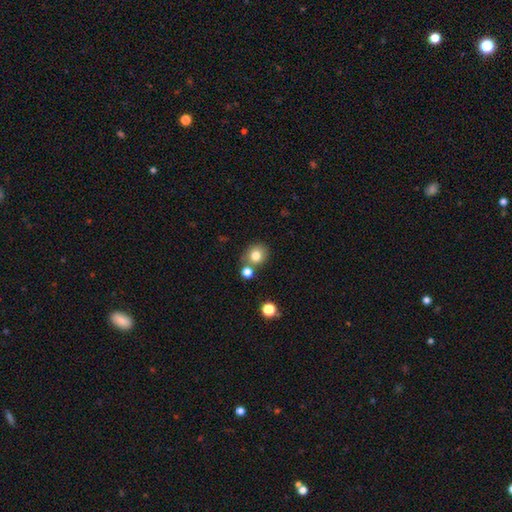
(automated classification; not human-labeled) Smooth or featured? smooth (79%)
How rounded? round (78%)
Merging? none (68%)